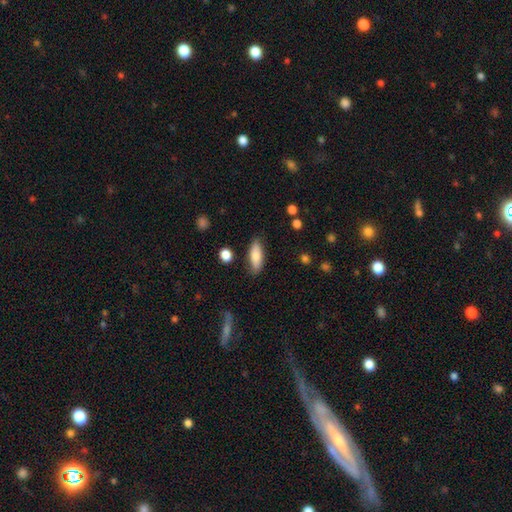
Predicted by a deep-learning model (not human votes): The model was most divided on "how rounded": in between: 61%, cigar-shaped: 37%, round: 2%. More confident: merging — none (82%); smooth or featured — smooth (77%).